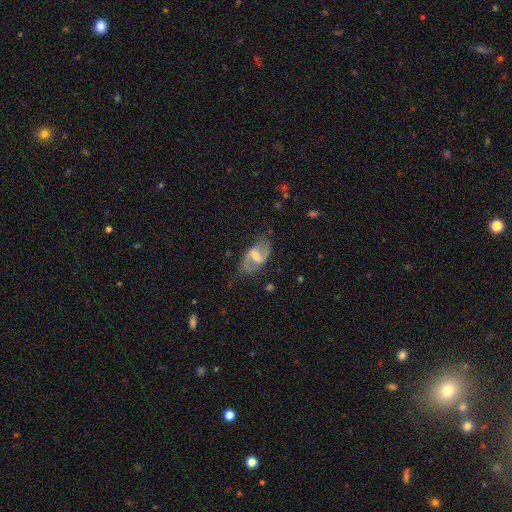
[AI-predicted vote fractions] smooth_or_featured: featured or disk (p=0.81) [alt: smooth p=0.13]
disk_edge_on: no (p=0.96) [alt: yes p=0.04]
bar: weak (p=0.52) [alt: strong p=0.34]
has_spiral_arms: yes (p=0.92) [alt: no p=0.08]
spiral_winding: medium (p=0.47) [alt: loose p=0.40]
spiral_arm_count: 2 (p=0.91) [alt: can't tell p=0.04]
bulge_size: moderate (p=0.46) [alt: small p=0.41]
merging: none (p=0.74) [alt: minor disturbance p=0.17]